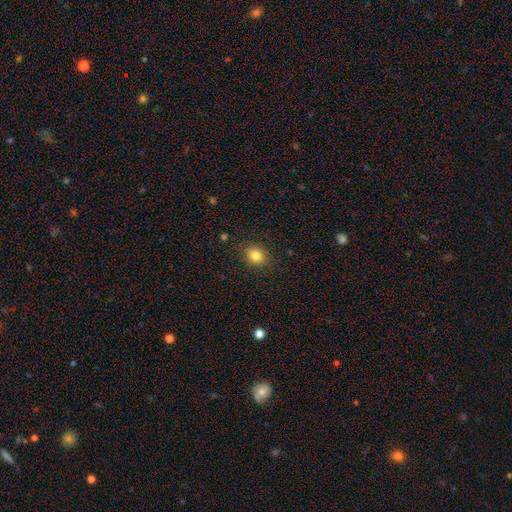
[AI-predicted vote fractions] smooth_or_featured: smooth (p=0.83) [alt: star or artifact p=0.11]
how_rounded: round (p=0.60) [alt: in between p=0.39]
merging: none (p=0.87) [alt: minor disturbance p=0.09]